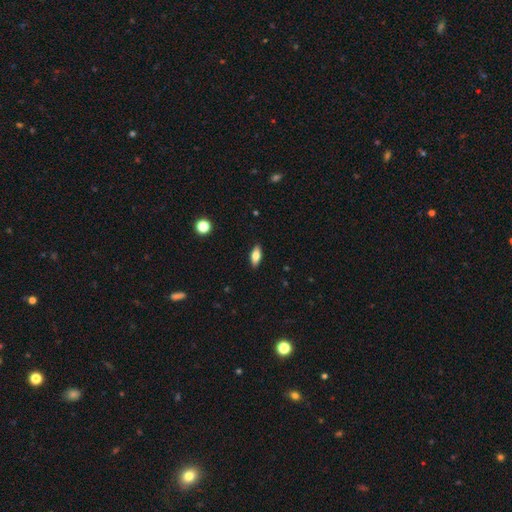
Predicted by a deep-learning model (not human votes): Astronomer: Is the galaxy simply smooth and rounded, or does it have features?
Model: smooth — 74%.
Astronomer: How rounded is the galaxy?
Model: in between — 81%.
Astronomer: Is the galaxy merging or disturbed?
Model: none — 89%.